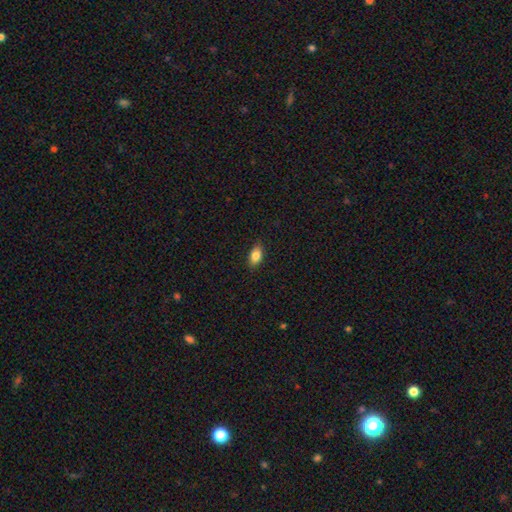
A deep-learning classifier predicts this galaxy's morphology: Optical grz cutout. It shows a smooth galaxy with no disk features (83%) that is in between round and cigar-shaped (89%). Merging: none (87%).